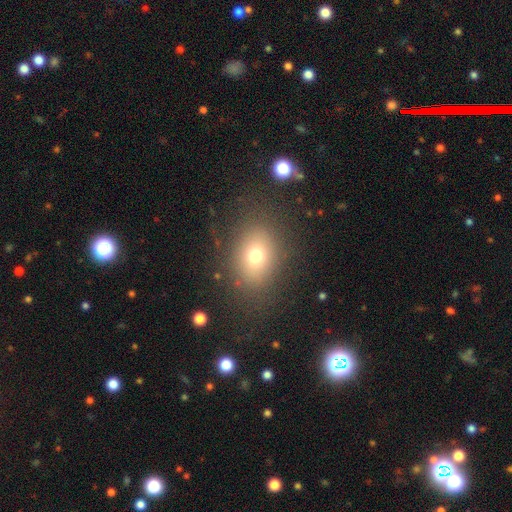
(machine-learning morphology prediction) smooth_or_featured: smooth (p=0.71) [alt: star or artifact p=0.16]
how_rounded: in between (p=0.57) [alt: round p=0.42]
merging: none (p=0.80) [alt: minor disturbance p=0.11]